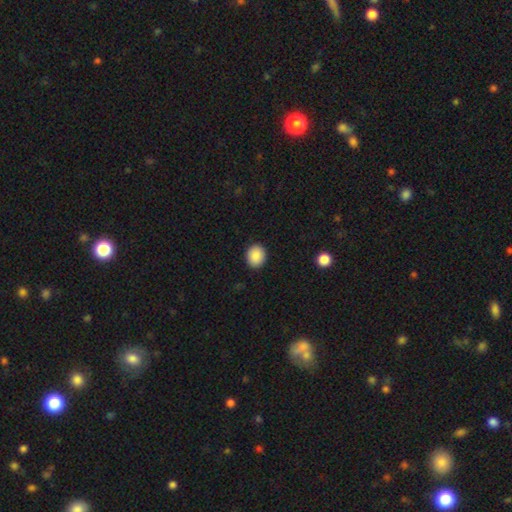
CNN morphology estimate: A smooth galaxy with no disk features (88%) that is round (66%).

Vote fractions:
- Smooth or featured? smooth: 88% / star or artifact: 8% / featured or disk: 4%
- How rounded? round: 66% / in between: 33% / cigar-shaped: 1%
- Merging? none: 91% / minor disturbance: 6% / major disturbance: 2% / merger: 1%